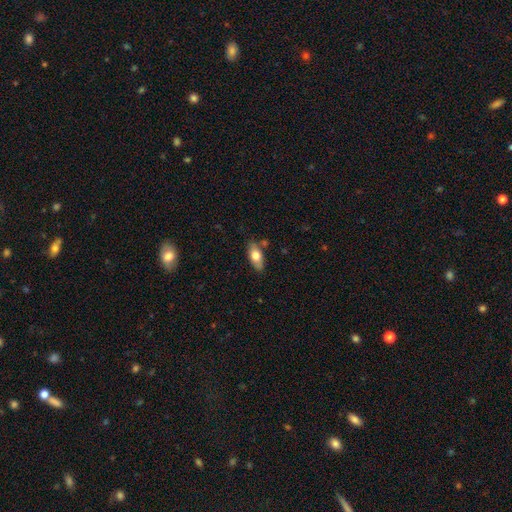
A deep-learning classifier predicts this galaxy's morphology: Smooth or featured? smooth (72%)
How rounded? in between (85%)
Merging? none (76%)